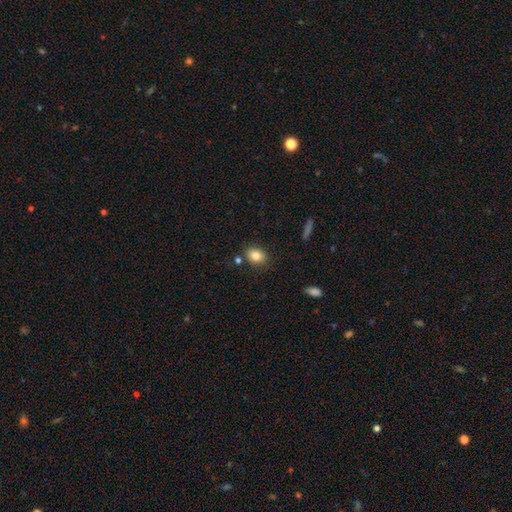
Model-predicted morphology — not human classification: smooth 83%, star or artifact 9%, featured or disk 8%. Down the decision tree: how rounded — in between (65%); merging — none (80%).